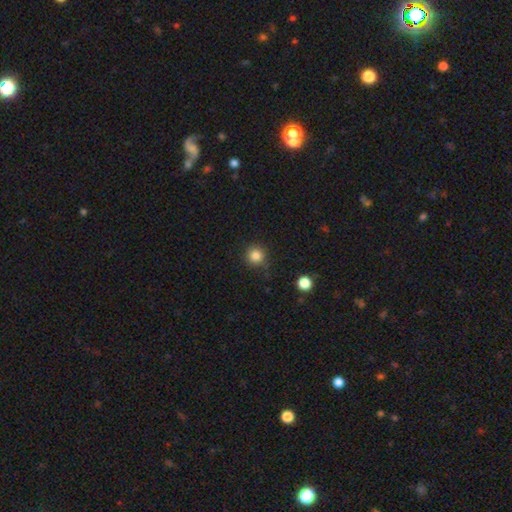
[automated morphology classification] Smooth or featured?
  - smooth: 84% *
  - star or artifact: 12%
  - featured or disk: 5%
How rounded?
  - round: 94% *
  - in between: 5%
  - cigar-shaped: 1%
Merging?
  - none: 88% *
  - minor disturbance: 8%
  - major disturbance: 2%
  - merger: 2%